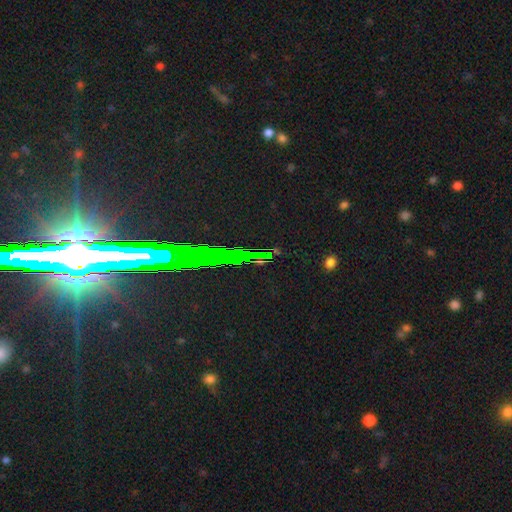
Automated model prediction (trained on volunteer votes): The model was most divided on "smooth or featured": star or artifact: 74%, smooth: 15%, featured or disk: 11%.